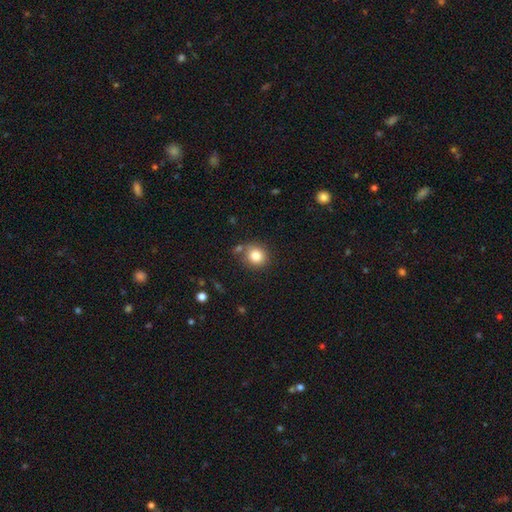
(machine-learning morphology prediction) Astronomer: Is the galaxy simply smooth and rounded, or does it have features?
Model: smooth — 83%.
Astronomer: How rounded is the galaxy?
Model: round — 81%.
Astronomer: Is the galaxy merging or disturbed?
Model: none — 75%.